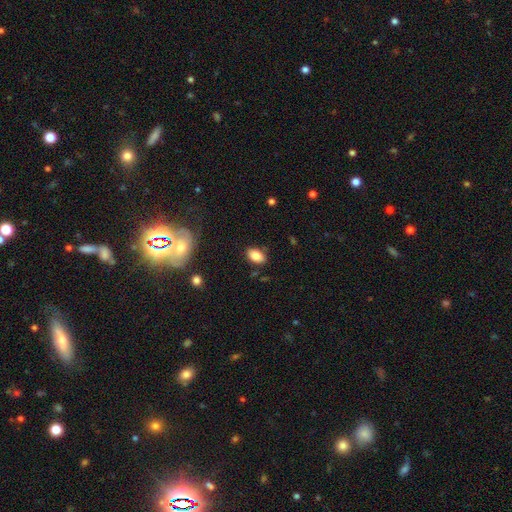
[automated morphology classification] Smooth or featured?
  - smooth: 83% *
  - featured or disk: 8%
  - star or artifact: 8%
How rounded?
  - in between: 90% *
  - round: 8%
  - cigar-shaped: 2%
Merging?
  - none: 84% *
  - minor disturbance: 12%
  - major disturbance: 3%
  - merger: 2%